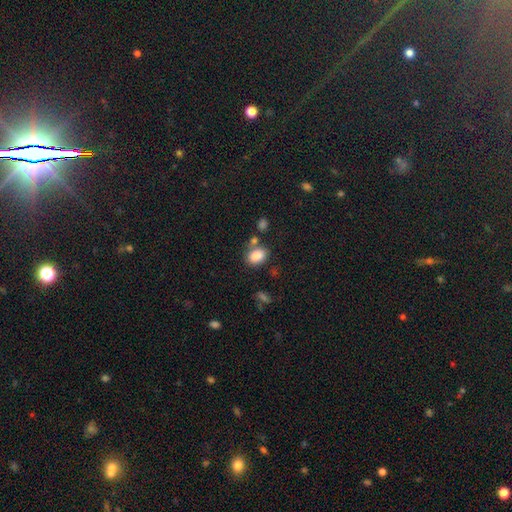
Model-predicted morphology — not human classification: type=smooth (85%); roundness=in between (74%); merging=none (63%).